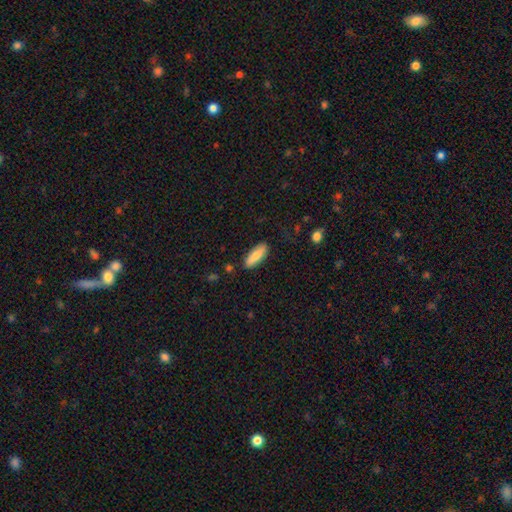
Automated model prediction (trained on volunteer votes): A smooth galaxy with no disk features (79%) that is in between round and cigar-shaped (57%).

Vote fractions:
- Smooth or featured? smooth: 79% / featured or disk: 15% / star or artifact: 6%
- How rounded? in between: 57% / cigar-shaped: 41% / round: 2%
- Merging? none: 86% / minor disturbance: 11% / major disturbance: 2% / merger: 1%